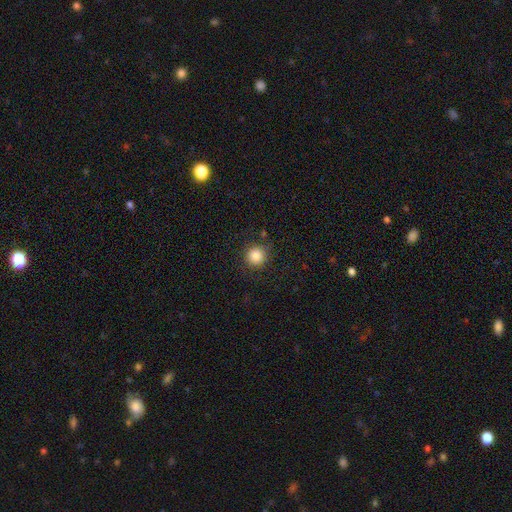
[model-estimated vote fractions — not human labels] This appears to be a smooth galaxy with no disk features (85%) that is round (94%). Merging: none (87%).